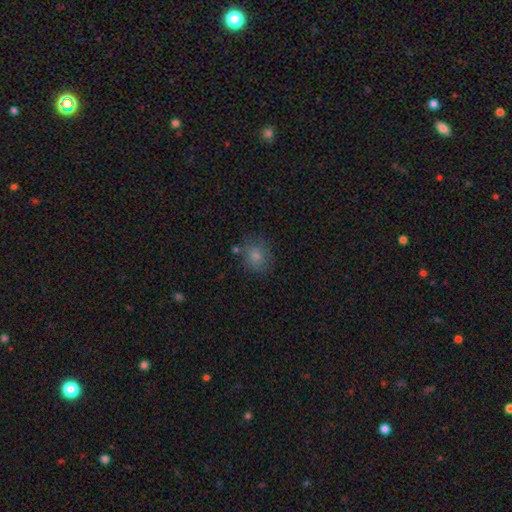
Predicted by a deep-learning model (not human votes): smooth-or-featured: smooth: 80% | star or artifact: 11% | featured or disk: 9%
  how-rounded: round: 69% | in between: 30% | cigar-shaped: 1%
  merging: none: 73% | minor disturbance: 16% | merger: 6% | major disturbance: 5%